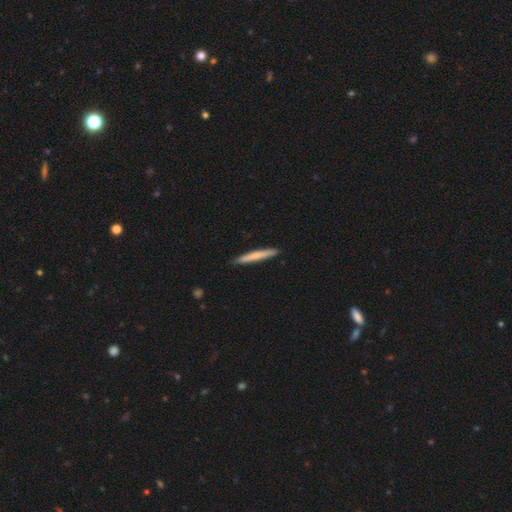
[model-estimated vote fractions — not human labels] Morphology: type=smooth (70%); roundness=cigar-shaped (96%); merging=none (90%).